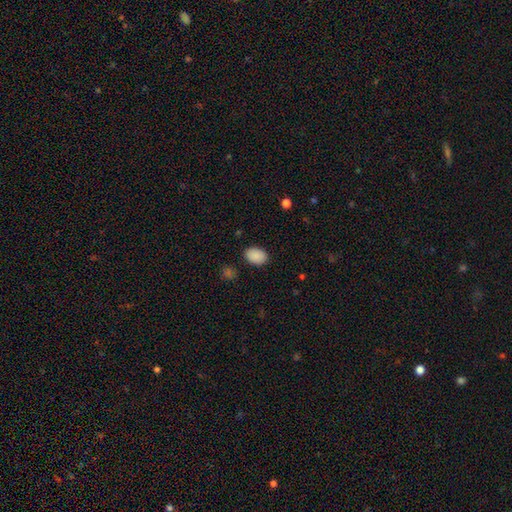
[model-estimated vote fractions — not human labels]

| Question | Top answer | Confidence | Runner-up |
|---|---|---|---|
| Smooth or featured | smooth | 89% | star or artifact (7%) |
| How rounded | in between | 84% | round (15%) |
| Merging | none | 87% | minor disturbance (9%) |